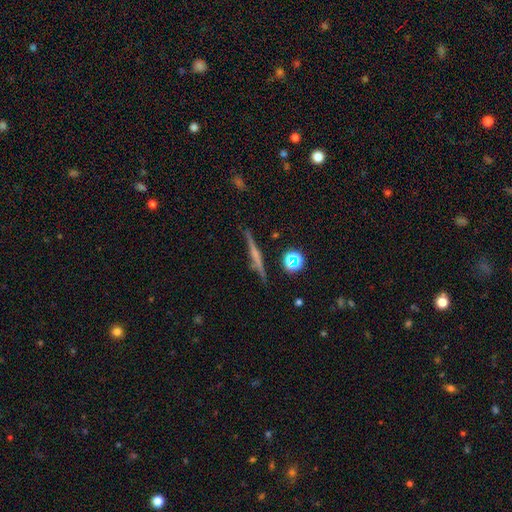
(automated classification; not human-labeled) smooth-or-featured: featured or disk: 64% | smooth: 25% | star or artifact: 10%
  disk-edge-on: yes: 97% | no: 3%
    edge-on-bulge: none: 43% | rounded: 42% | boxy: 15%
  merging: none: 87% | minor disturbance: 9% | merger: 2% | major disturbance: 2%